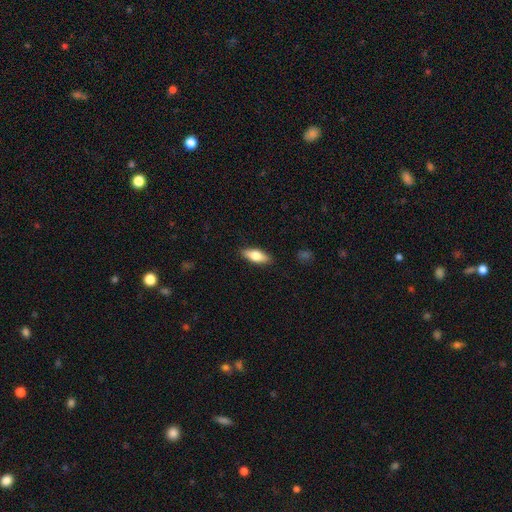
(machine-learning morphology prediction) Smooth or featured? Predicted: smooth (p=0.70). How rounded? Predicted: in between (p=0.71). Merging? Predicted: none (p=0.88).